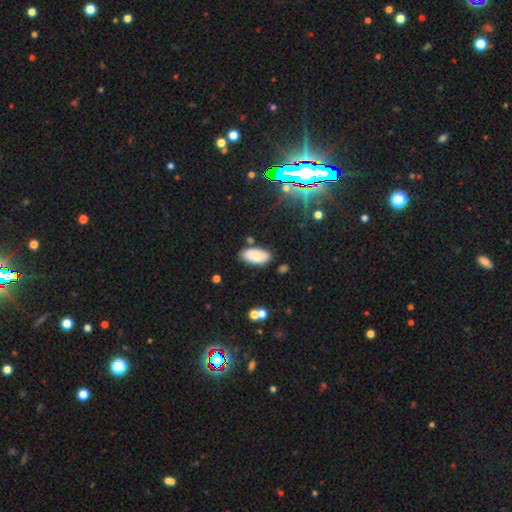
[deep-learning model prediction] smooth 71%, featured or disk 19%, star or artifact 10%. Down the decision tree: how rounded — in between (95%); merging — none (78%).